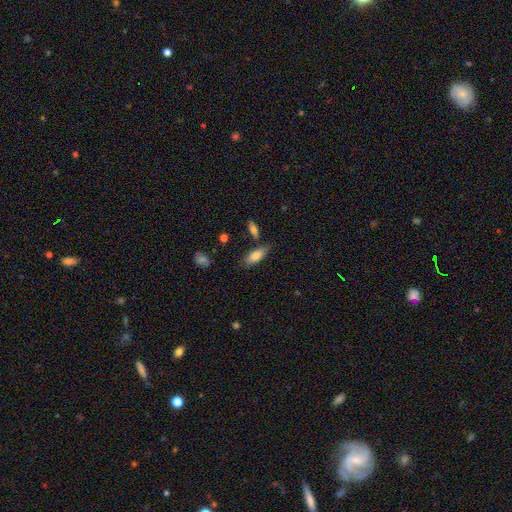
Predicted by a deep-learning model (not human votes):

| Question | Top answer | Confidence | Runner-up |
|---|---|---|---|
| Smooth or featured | smooth | 81% | featured or disk (13%) |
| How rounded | in between | 79% | cigar-shaped (19%) |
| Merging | none | 74% | minor disturbance (15%) |